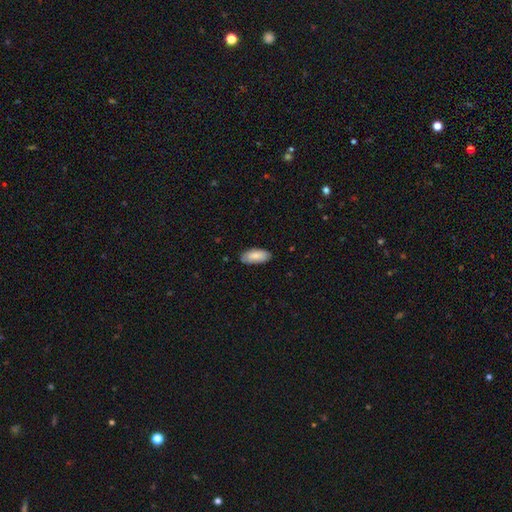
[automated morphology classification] smooth-or-featured: smooth: 84% | featured or disk: 10% | star or artifact: 6%
  how-rounded: in between: 89% | cigar-shaped: 10% | round: 2%
  merging: none: 81% | minor disturbance: 16% | major disturbance: 2% | merger: 1%